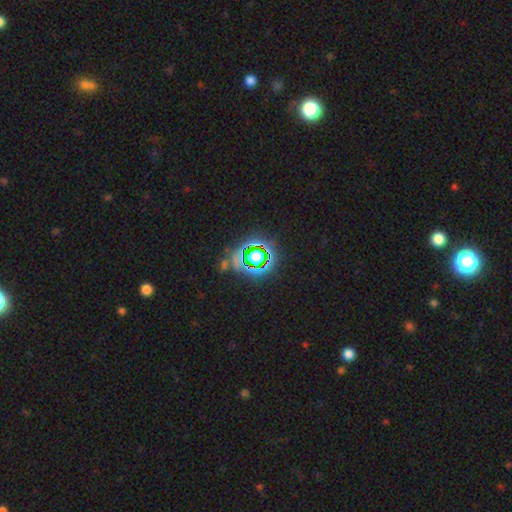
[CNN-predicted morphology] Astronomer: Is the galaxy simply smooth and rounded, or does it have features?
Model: star or artifact — 69%.